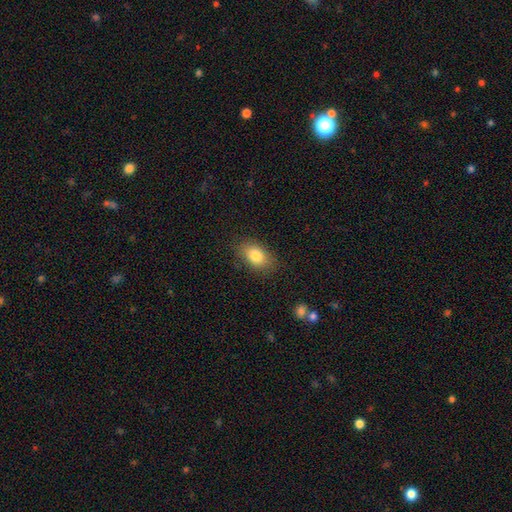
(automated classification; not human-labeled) This appears to be a smooth galaxy with no disk features (82%) that is in between round and cigar-shaped (85%). Merging: none (84%).